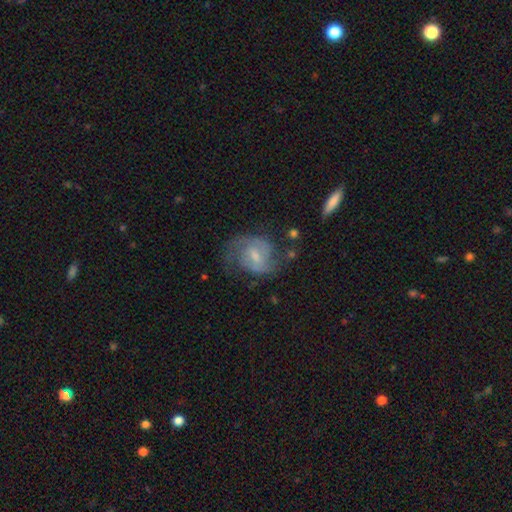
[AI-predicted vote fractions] A featured or disk galaxy (73%) with a weak bar (59%), 2 (70%) medium (49%) spiral arms (90%) and a small central bulge (46%). Merging: none (56%).